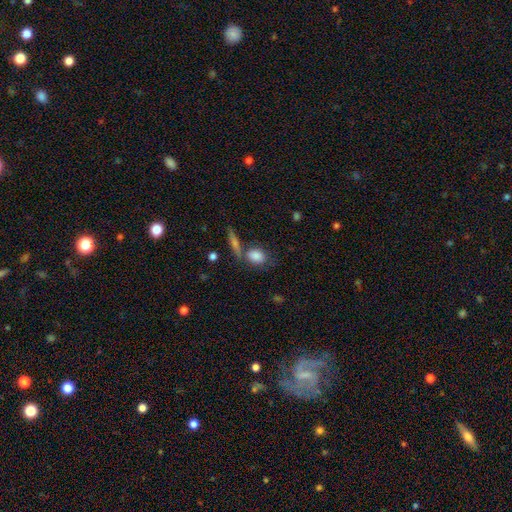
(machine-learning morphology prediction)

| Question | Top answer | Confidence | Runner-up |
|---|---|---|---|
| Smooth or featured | smooth | 83% | featured or disk (9%) |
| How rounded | in between | 62% | round (33%) |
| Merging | none | 55% | merger (24%) |